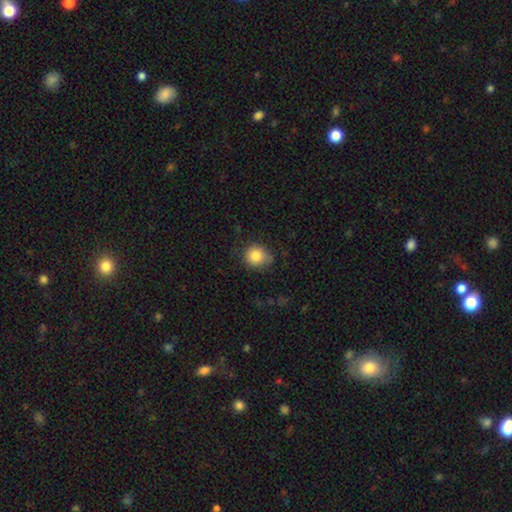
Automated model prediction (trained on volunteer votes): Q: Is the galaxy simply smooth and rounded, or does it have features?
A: smooth — 85%.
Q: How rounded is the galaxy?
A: round — 84%.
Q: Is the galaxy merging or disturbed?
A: none — 72%.